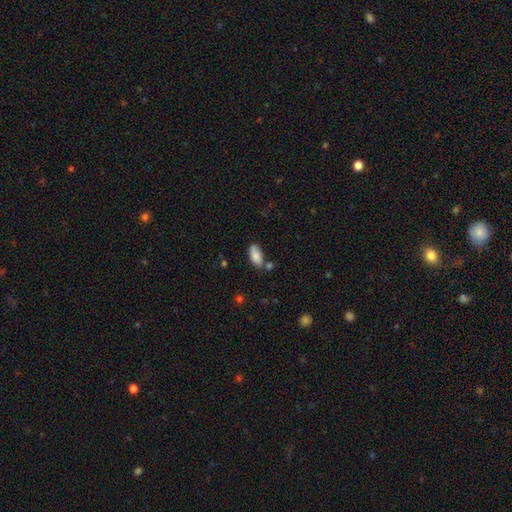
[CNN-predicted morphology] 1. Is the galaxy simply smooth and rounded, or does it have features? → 86% smooth, 7% featured or disk, 7% star or artifact.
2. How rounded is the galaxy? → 90% in between, 8% cigar-shaped, 2% round.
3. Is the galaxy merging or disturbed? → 64% none, 19% minor disturbance, 13% merger, 4% major disturbance.